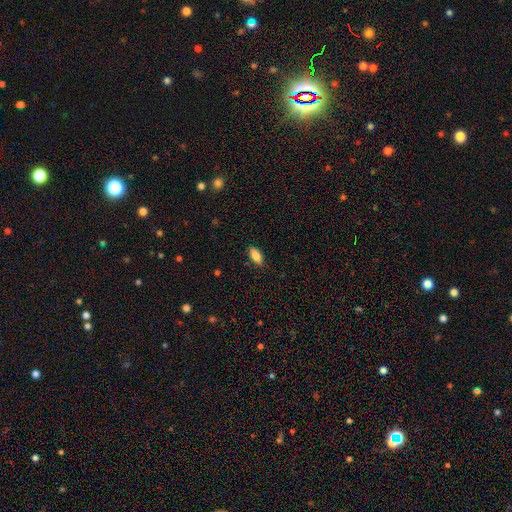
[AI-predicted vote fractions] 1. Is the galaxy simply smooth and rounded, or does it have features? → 85% smooth, 8% featured or disk, 7% star or artifact.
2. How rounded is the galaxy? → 84% in between, 13% cigar-shaped, 2% round.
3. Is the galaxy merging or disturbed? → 85% none, 12% minor disturbance, 2% major disturbance, 1% merger.